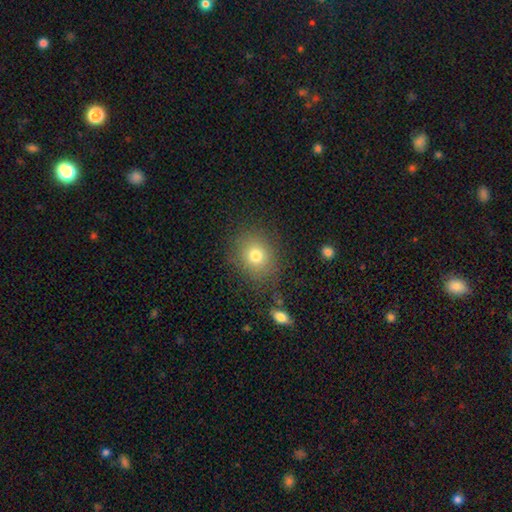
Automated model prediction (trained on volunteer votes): A smooth galaxy with no disk features (77%) that is round (72%). Merging: none (81%).